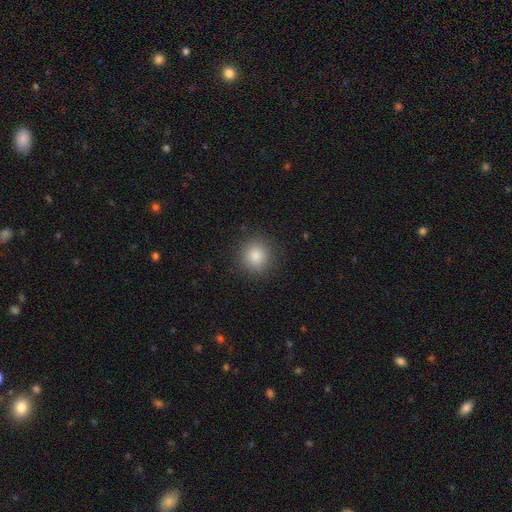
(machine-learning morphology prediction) Q: Smooth or featured?
A: smooth (85%); runner-up: star or artifact (10%)
Q: How rounded?
A: round (89%); runner-up: in between (10%)
Q: Merging?
A: none (89%); runner-up: minor disturbance (8%)